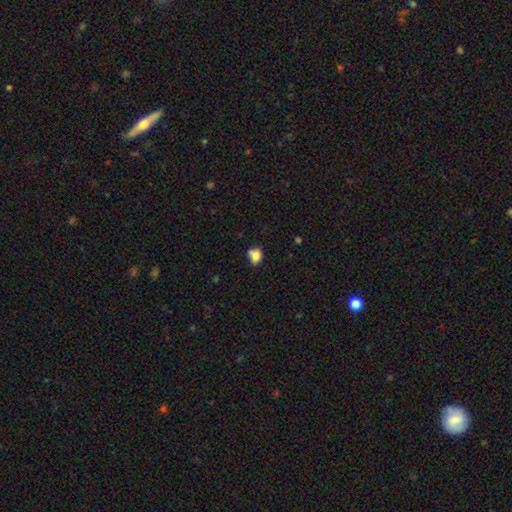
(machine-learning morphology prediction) The model was most divided on "how rounded": in between: 57%, round: 41%, cigar-shaped: 2%. Remaining: smooth or featured — smooth (76%); merging — none (44%).